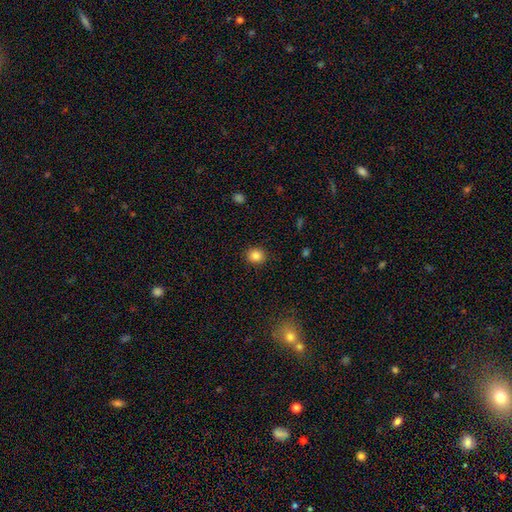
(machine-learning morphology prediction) A smooth galaxy with no disk features (85%) that is round (79%). Merging: none (90%).